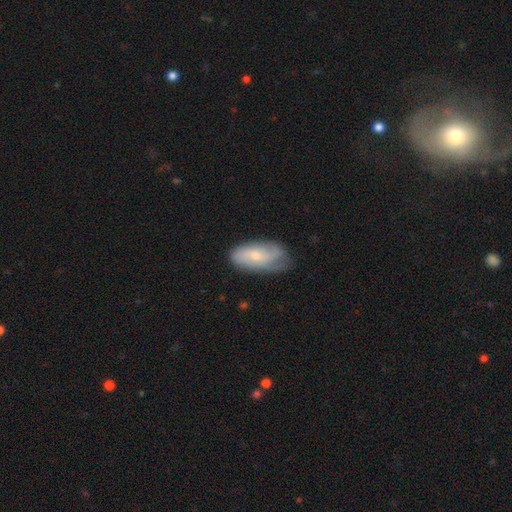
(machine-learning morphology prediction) A featured or disk galaxy (47%).

Vote fractions:
- Smooth or featured? featured or disk: 47% / smooth: 46% / star or artifact: 7%
- Merging? none: 60% / minor disturbance: 29% / major disturbance: 9% / merger: 2%